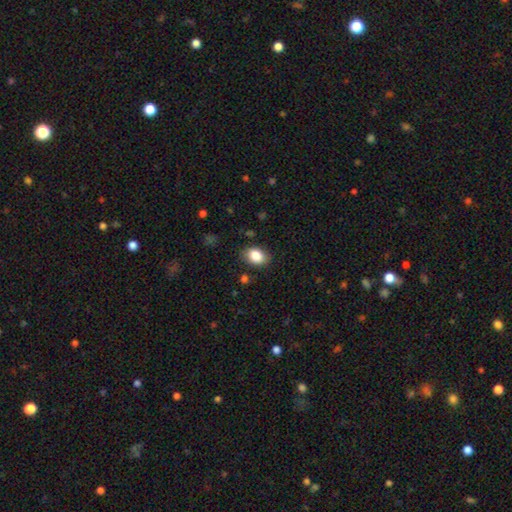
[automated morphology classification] Smooth or featured?
  - smooth: 86% *
  - star or artifact: 8%
  - featured or disk: 6%
How rounded?
  - in between: 77% *
  - round: 22%
  - cigar-shaped: 1%
Merging?
  - none: 84% *
  - minor disturbance: 12%
  - major disturbance: 3%
  - merger: 1%